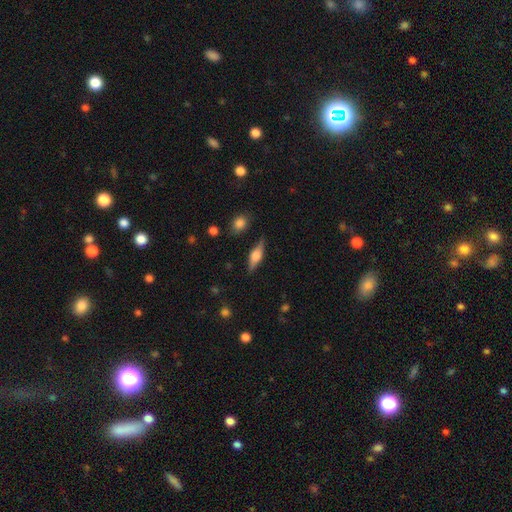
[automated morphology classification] Smooth or featured? Predicted: featured or disk (p=0.53). Edge-on disk? Predicted: yes (p=0.94). Merging? Predicted: none (p=0.83).